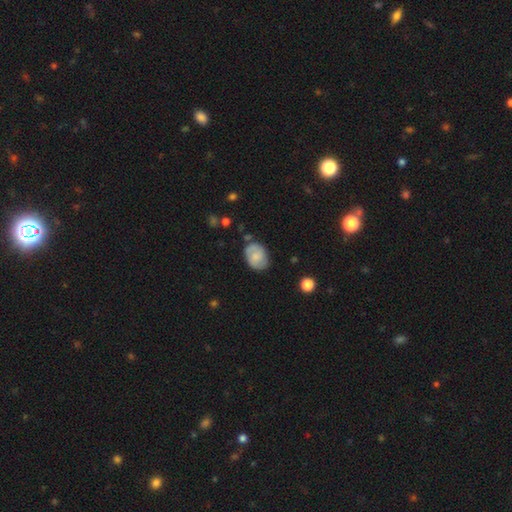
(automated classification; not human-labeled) smooth_or_featured: smooth (p=0.57) [alt: featured or disk p=0.35]
how_rounded: in between (p=0.67) [alt: round p=0.32]
merging: none (p=0.69) [alt: minor disturbance p=0.23]